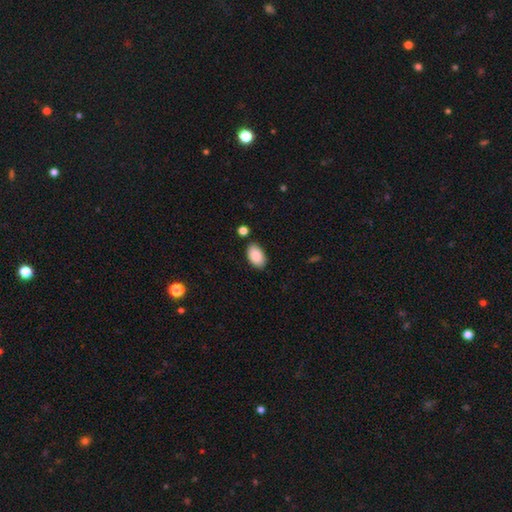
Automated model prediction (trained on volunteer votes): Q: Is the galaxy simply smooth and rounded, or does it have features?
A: smooth — 89%.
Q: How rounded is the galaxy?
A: in between — 94%.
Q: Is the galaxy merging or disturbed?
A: none — 82%.